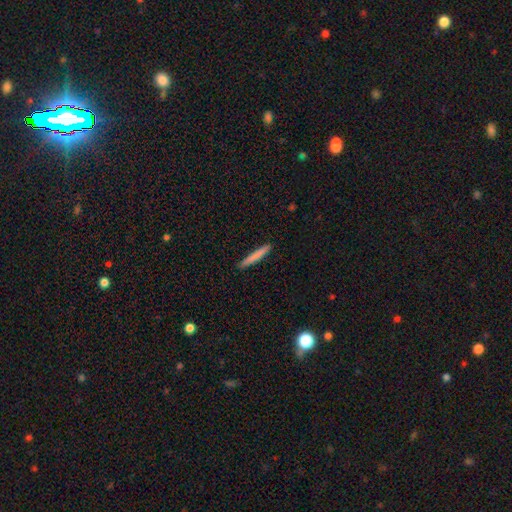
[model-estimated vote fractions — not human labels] Morphology: type=smooth (77%); roundness=cigar-shaped (96%); merging=none (92%).